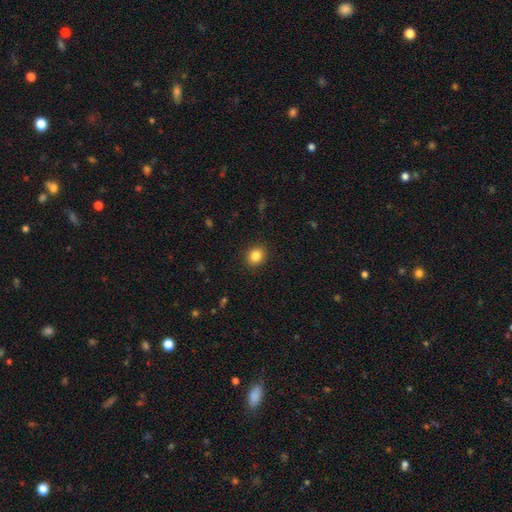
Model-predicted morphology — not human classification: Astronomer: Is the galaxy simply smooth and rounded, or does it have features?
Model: smooth — 84%.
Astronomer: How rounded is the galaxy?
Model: round — 71%.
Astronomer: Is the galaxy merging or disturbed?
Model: none — 91%.